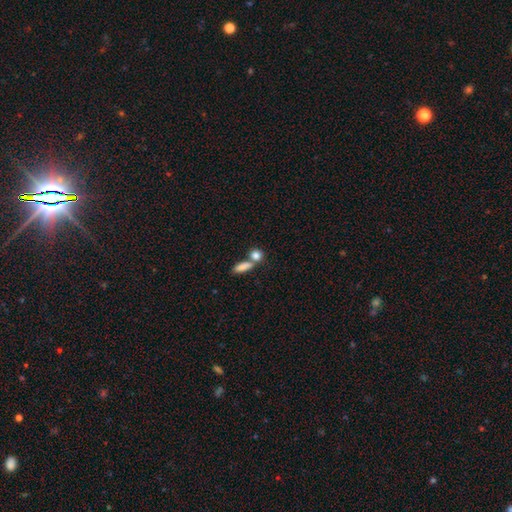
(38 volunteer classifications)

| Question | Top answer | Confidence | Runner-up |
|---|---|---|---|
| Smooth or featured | smooth | 89% | featured or disk (5%) |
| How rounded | round | 65% | in between (29%) |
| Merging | none | 47% | merger (42%) |